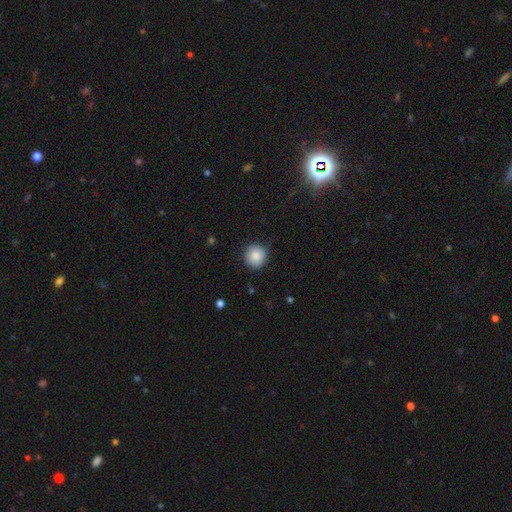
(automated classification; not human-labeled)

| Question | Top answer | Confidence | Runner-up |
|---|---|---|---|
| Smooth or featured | smooth | 88% | star or artifact (8%) |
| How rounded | round | 91% | in between (8%) |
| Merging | none | 88% | minor disturbance (9%) |